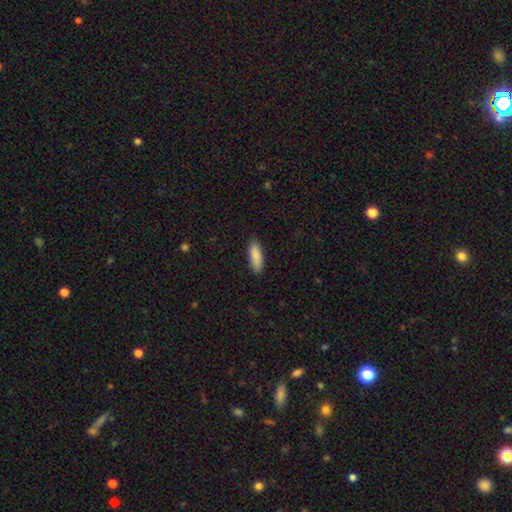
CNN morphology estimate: This is clearly a smooth galaxy (89%). How rounded: possibly in between (58%). Merging: clearly none (88%).